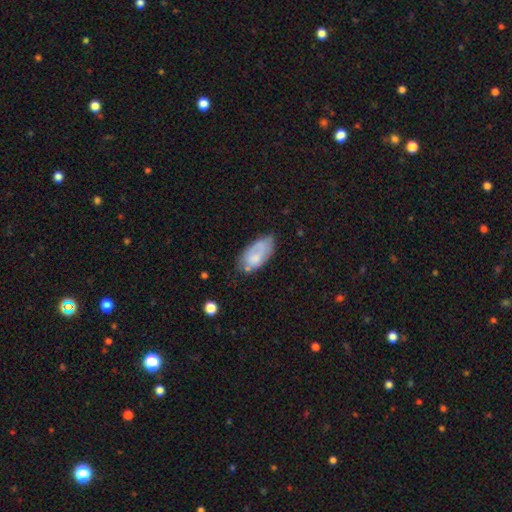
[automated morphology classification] smooth 68%, featured or disk 25%, star or artifact 8%. Down the decision tree: how rounded — in between (92%); merging — none (51%).